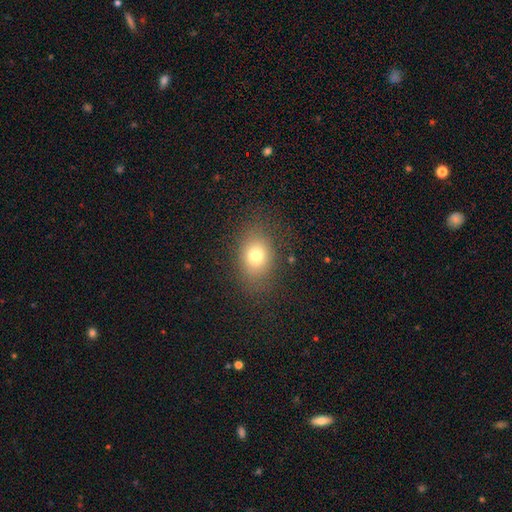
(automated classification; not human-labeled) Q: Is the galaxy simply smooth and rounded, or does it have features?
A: smooth — 76%.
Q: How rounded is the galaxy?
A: in between — 62%.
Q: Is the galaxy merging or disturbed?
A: none — 80%.